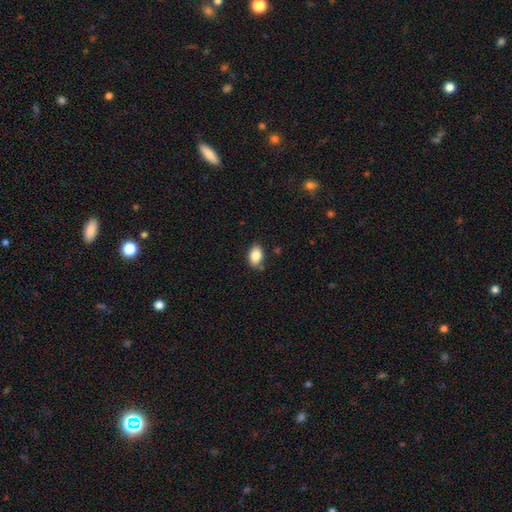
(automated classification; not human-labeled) Q: Smooth or featured?
A: smooth (85%); runner-up: star or artifact (8%)
Q: How rounded?
A: in between (86%); runner-up: round (12%)
Q: Merging?
A: none (80%); runner-up: minor disturbance (14%)